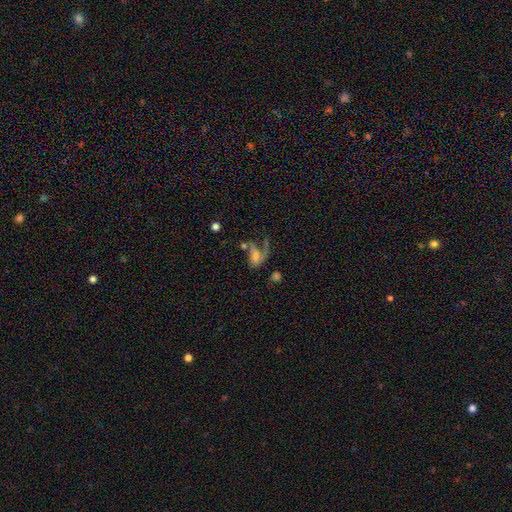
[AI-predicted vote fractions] Morphology: type=featured or disk (51%); edge-on=no (93%); merging=major disturbance (40%).